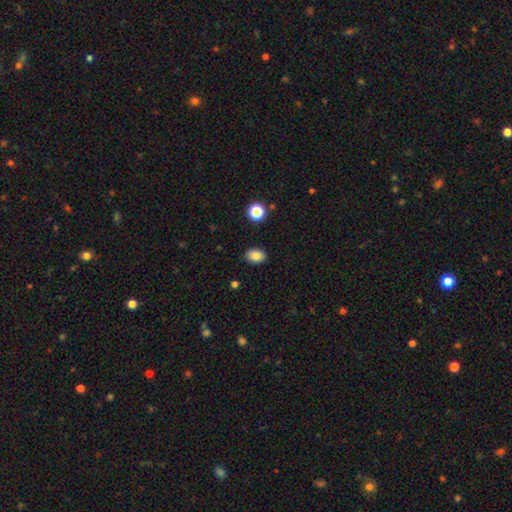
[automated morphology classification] smooth 85%, star or artifact 10%, featured or disk 5%. Down the decision tree: how rounded — in between (79%); merging — none (88%).